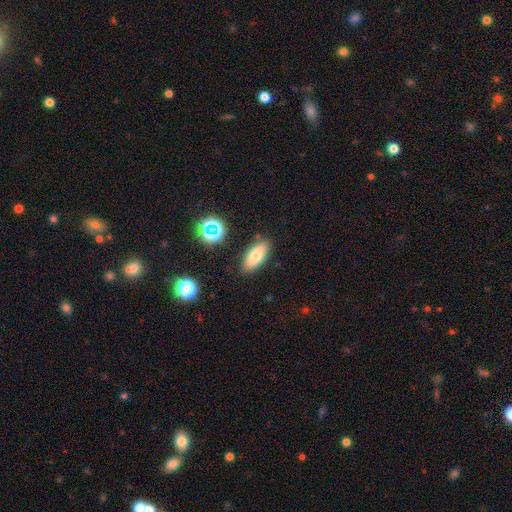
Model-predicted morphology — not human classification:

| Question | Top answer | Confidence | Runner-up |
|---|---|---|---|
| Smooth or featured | smooth | 75% | featured or disk (15%) |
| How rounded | in between | 84% | cigar-shaped (12%) |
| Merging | none | 86% | minor disturbance (10%) |